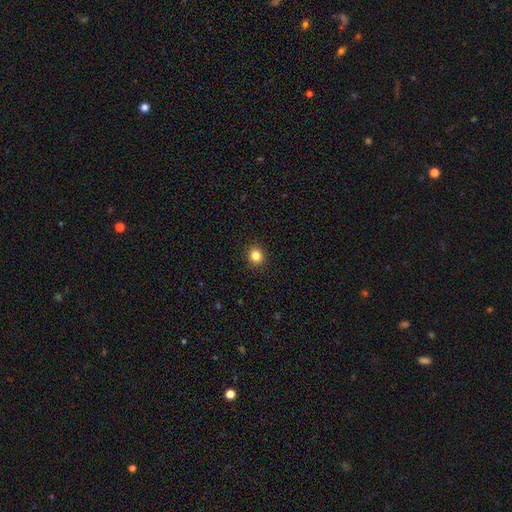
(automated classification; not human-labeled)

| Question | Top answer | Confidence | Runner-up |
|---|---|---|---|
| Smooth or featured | smooth | 84% | star or artifact (12%) |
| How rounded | round | 87% | in between (13%) |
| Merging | none | 92% | minor disturbance (5%) |